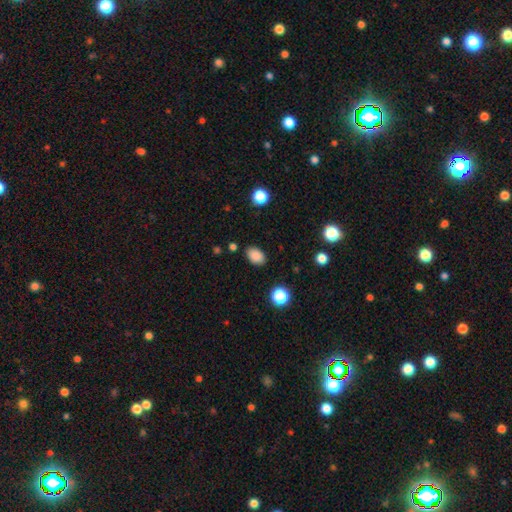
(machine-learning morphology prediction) The model was most divided on "how rounded": in between: 83%, round: 16%, cigar-shaped: 1%. More confident: smooth or featured — smooth (86%); merging — none (85%).